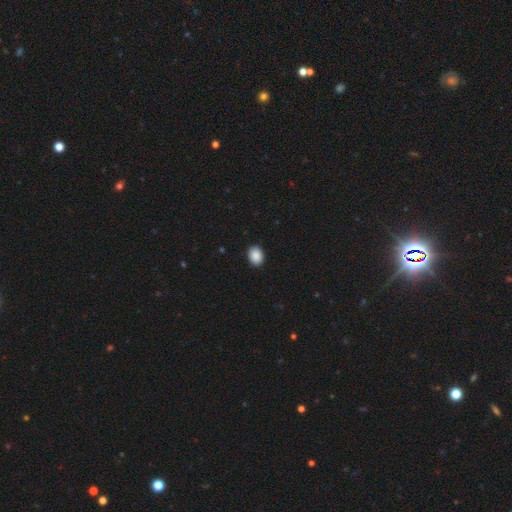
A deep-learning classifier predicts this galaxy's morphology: Smooth or featured? smooth (89%)
How rounded? in between (63%)
Merging? none (90%)